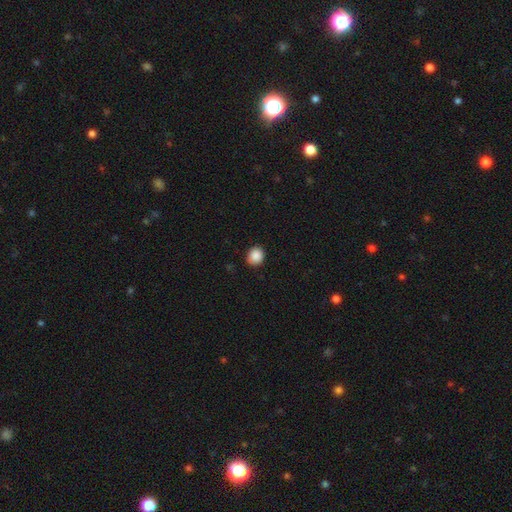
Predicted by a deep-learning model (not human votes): Morphology: type=smooth (88%); roundness=round (82%); merging=none (88%).